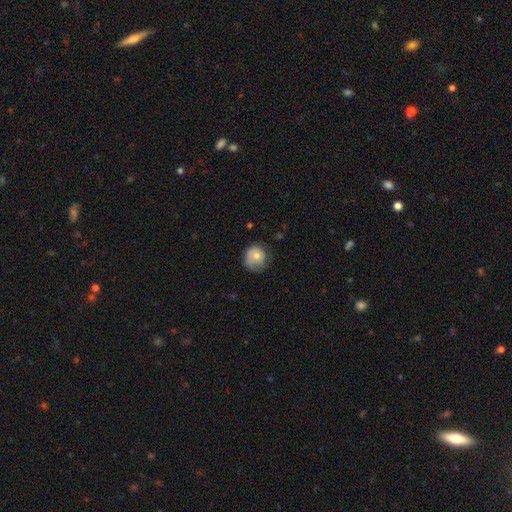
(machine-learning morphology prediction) smooth-or-featured: smooth: 66% | featured or disk: 26% | star or artifact: 8%
  how-rounded: round: 82% | in between: 17% | cigar-shaped: 1%
  merging: none: 52% | minor disturbance: 32% | major disturbance: 14% | merger: 2%